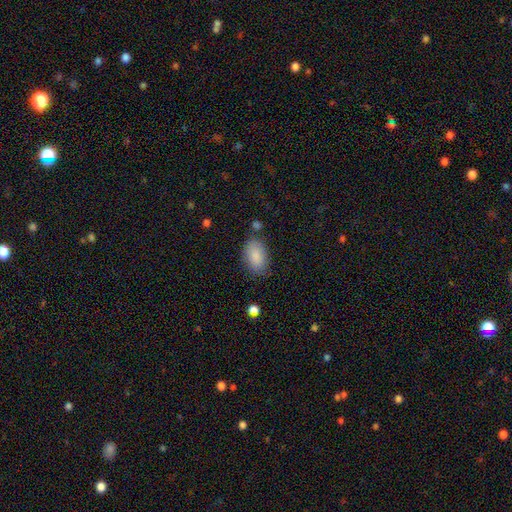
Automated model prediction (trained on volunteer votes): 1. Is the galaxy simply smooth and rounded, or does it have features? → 88% smooth, 6% featured or disk, 6% star or artifact.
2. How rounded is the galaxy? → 93% in between, 6% round, 1% cigar-shaped.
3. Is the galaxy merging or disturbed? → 75% none, 16% minor disturbance, 5% major disturbance, 4% merger.